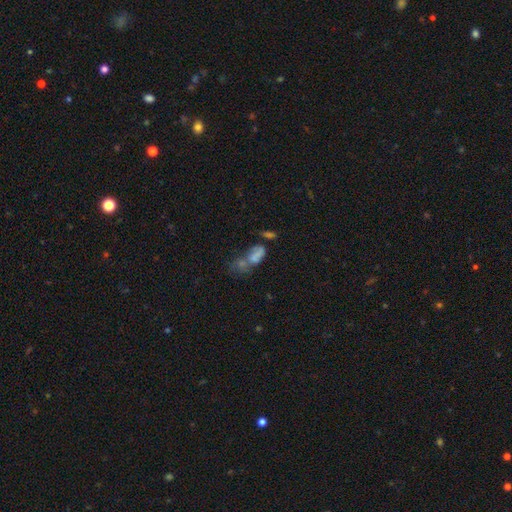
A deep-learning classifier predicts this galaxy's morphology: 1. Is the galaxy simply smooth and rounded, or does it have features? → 60% smooth, 25% featured or disk, 15% star or artifact.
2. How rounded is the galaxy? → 83% in between, 10% round, 7% cigar-shaped.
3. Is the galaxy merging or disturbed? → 59% merger, 16% major disturbance, 15% none, 10% minor disturbance.